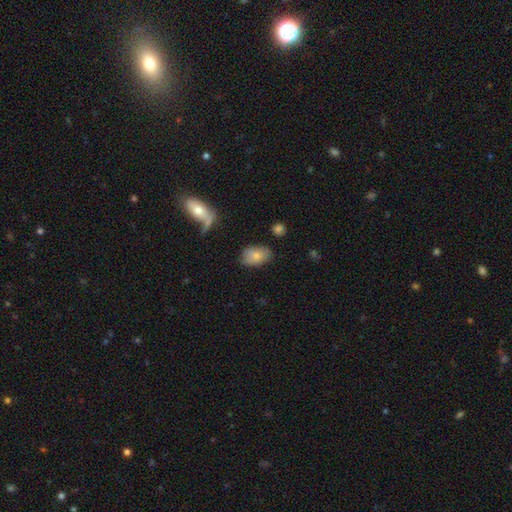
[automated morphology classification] Q: Smooth or featured?
A: smooth (78%); runner-up: featured or disk (14%)
Q: How rounded?
A: in between (88%); runner-up: round (11%)
Q: Merging?
A: none (71%); runner-up: minor disturbance (20%)